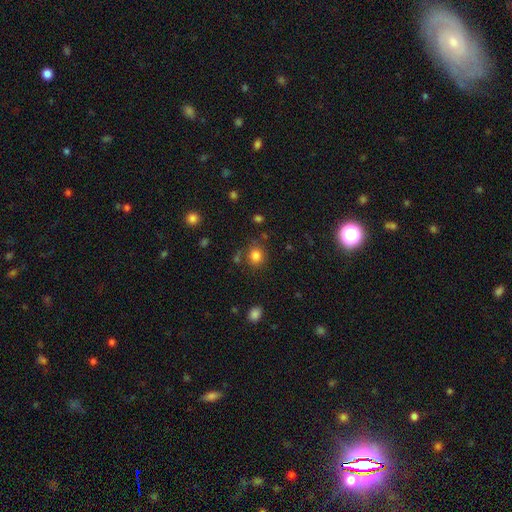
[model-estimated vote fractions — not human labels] Smooth or featured: smooth — 82% (star or artifact — 12%)
How rounded: round — 81% (in between — 18%)
Merging: none — 77% (minor disturbance — 12%)